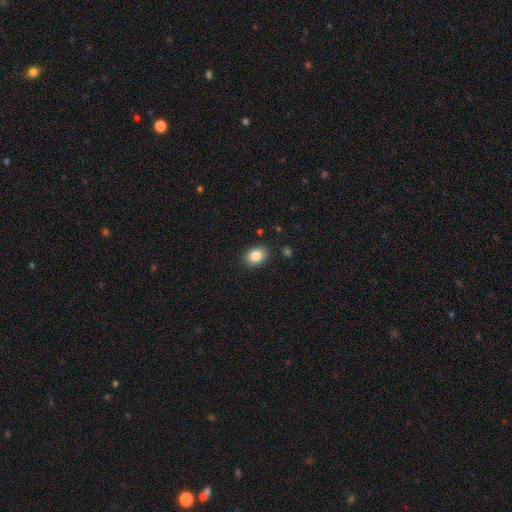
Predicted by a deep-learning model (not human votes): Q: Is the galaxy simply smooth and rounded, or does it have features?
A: smooth — 84%.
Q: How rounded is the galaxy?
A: in between — 73%.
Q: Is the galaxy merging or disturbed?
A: none — 87%.